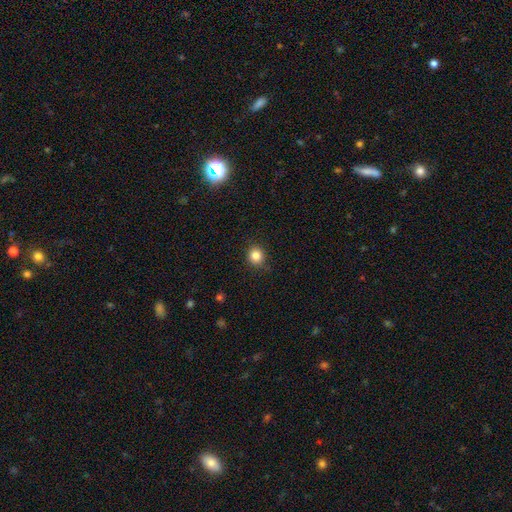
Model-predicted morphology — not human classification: A smooth galaxy with no disk features (84%) that is round (84%). Merging: none (84%).